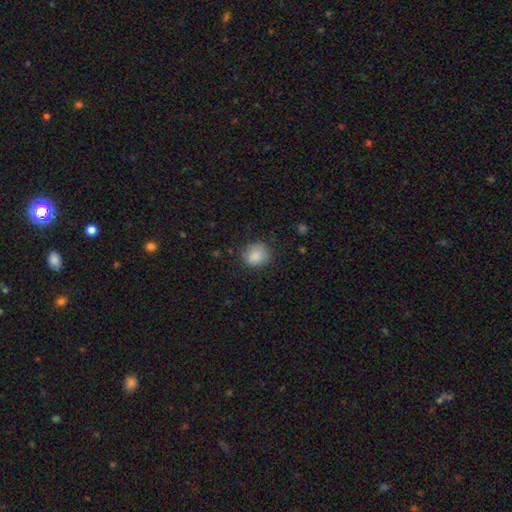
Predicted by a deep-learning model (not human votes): A smooth galaxy with no disk features (87%) that is round (77%). Merging: none (78%).